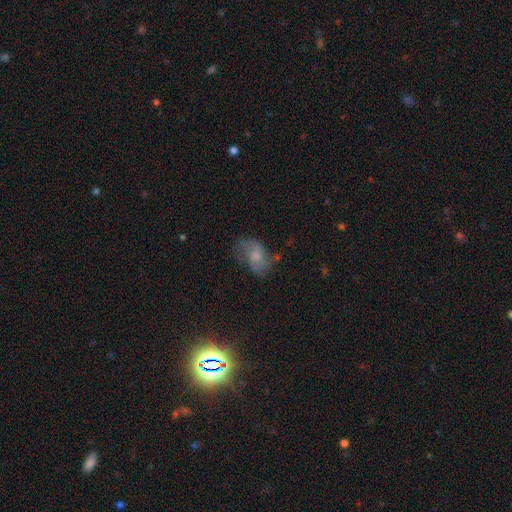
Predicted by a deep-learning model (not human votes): Smooth or featured?
  - smooth: 45% *
  - featured or disk: 44%
  - star or artifact: 11%
Merging?
  - none: 48% *
  - minor disturbance: 28%
  - major disturbance: 21%
  - merger: 3%